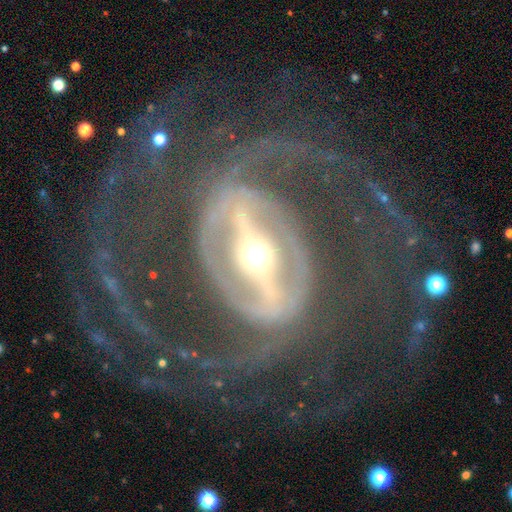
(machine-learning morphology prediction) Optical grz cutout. It shows a featured or disk galaxy (92%) with a strong bar (82%), 2 (64%) medium (46%) spiral arms (94%) and a moderate central bulge (54%). Merging: none (67%).